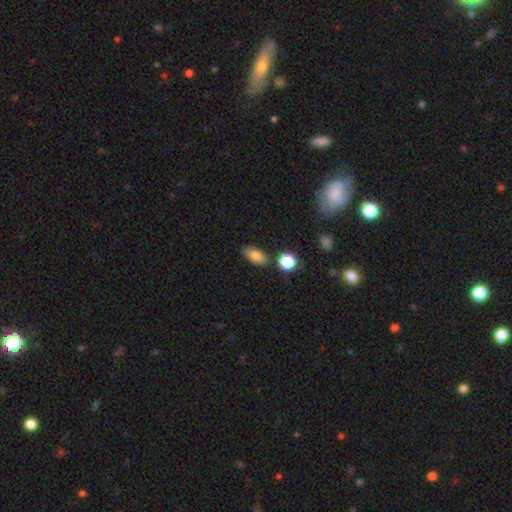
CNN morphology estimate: A smooth galaxy with no disk features (82%) that is in between round and cigar-shaped (85%).

Vote fractions:
- Smooth or featured? smooth: 82% / star or artifact: 10% / featured or disk: 9%
- How rounded? in between: 85% / round: 8% / cigar-shaped: 8%
- Merging? none: 80% / minor disturbance: 12% / merger: 5% / major disturbance: 3%